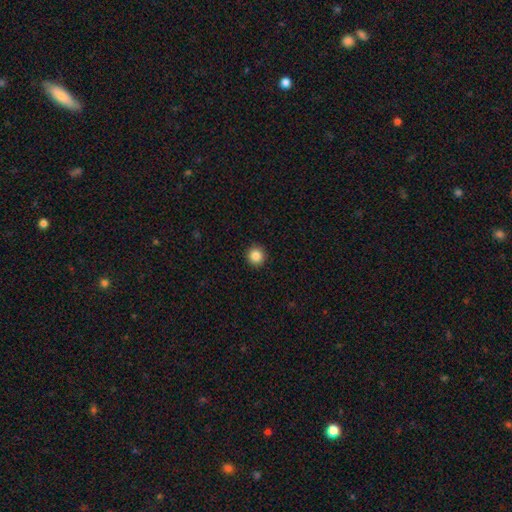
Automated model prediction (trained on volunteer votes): Smooth or featured? Predicted: smooth (p=0.86). How rounded? Predicted: round (p=0.94). Merging? Predicted: none (p=0.93).